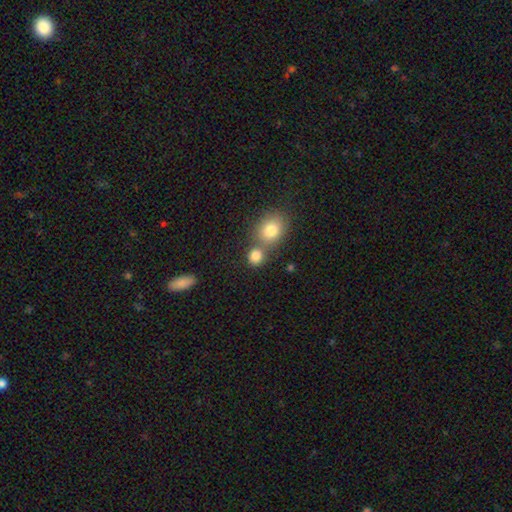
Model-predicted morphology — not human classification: This is clearly a smooth galaxy (83%). How rounded: likely round (77%). Merging: possibly none (55%).